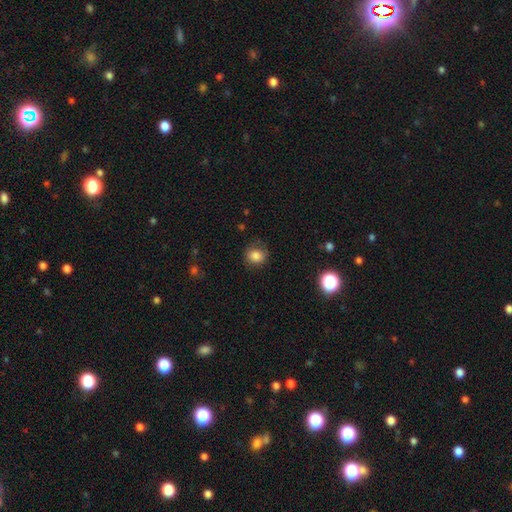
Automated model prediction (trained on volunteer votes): Smooth or featured? smooth (81%)
How rounded? round (77%)
Merging? none (71%)